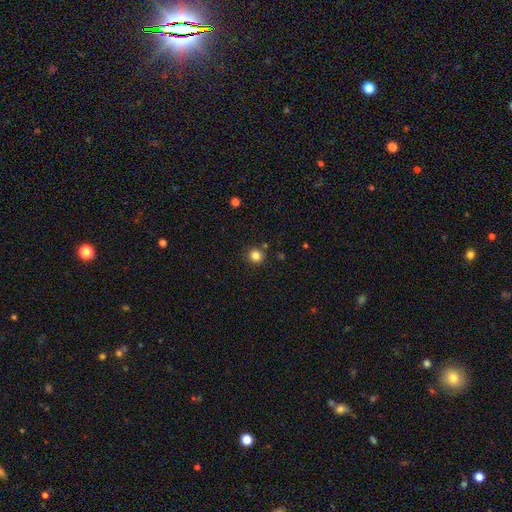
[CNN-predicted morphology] A smooth galaxy with no disk features (82%) that is round (93%). Merging: none (88%).